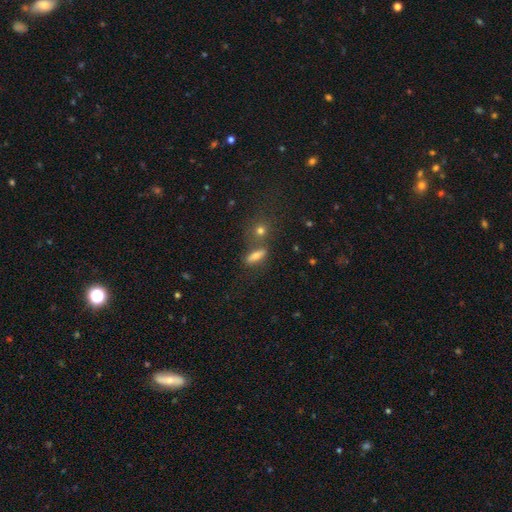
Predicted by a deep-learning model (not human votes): smooth-or-featured: smooth: 67% | featured or disk: 18% | star or artifact: 15%
  how-rounded: cigar-shaped: 46% | in between: 43% | round: 10%
  merging: none: 66% | merger: 16% | minor disturbance: 13% | major disturbance: 5%